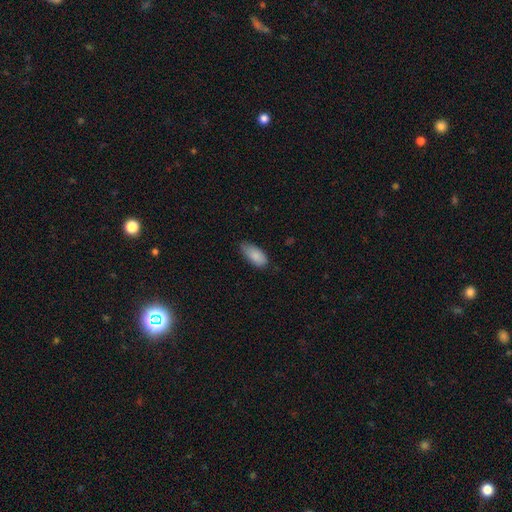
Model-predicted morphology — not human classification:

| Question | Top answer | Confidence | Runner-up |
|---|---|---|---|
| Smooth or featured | smooth | 86% | featured or disk (7%) |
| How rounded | in between | 91% | cigar-shaped (7%) |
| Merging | none | 60% | minor disturbance (34%) |